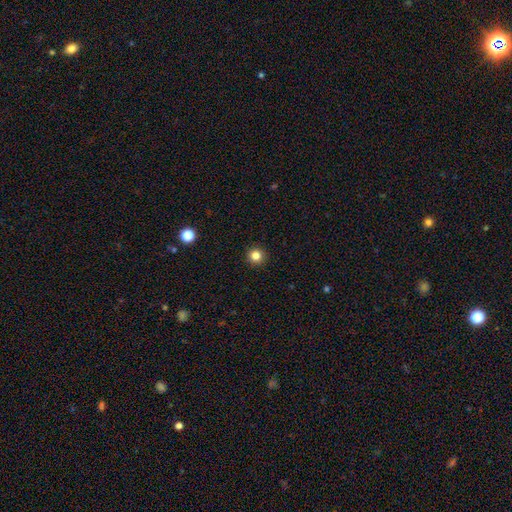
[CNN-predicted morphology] Smooth or featured? Predicted: smooth (p=0.82). How rounded? Predicted: round (p=0.95). Merging? Predicted: none (p=0.93).